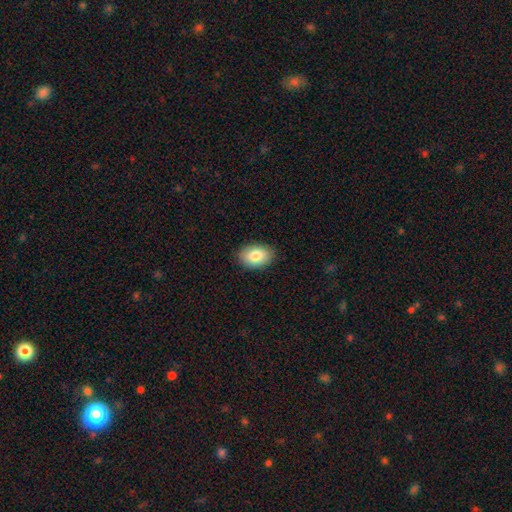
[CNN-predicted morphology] A smooth galaxy with no disk features (84%) that is in between round and cigar-shaped (86%).

Vote fractions:
- Smooth or featured? smooth: 84% / featured or disk: 9% / star or artifact: 7%
- How rounded? in between: 86% / round: 12% / cigar-shaped: 1%
- Merging? none: 88% / minor disturbance: 9% / major disturbance: 2% / merger: 1%